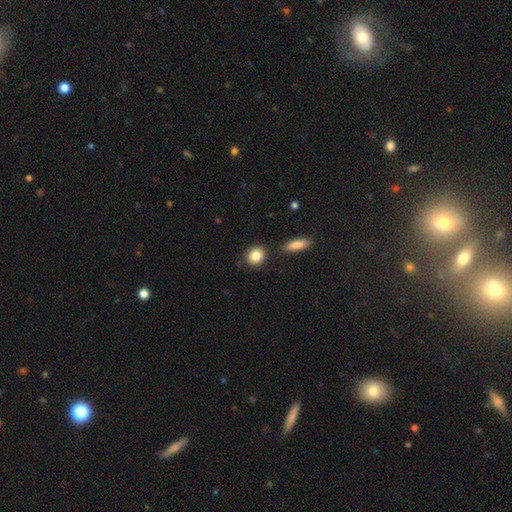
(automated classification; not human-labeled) A smooth galaxy with no disk features (86%) that is round (69%).

Vote fractions:
- Smooth or featured? smooth: 86% / star or artifact: 8% / featured or disk: 6%
- How rounded? round: 69% / in between: 29% / cigar-shaped: 2%
- Merging? none: 78% / minor disturbance: 12% / merger: 7% / major disturbance: 3%